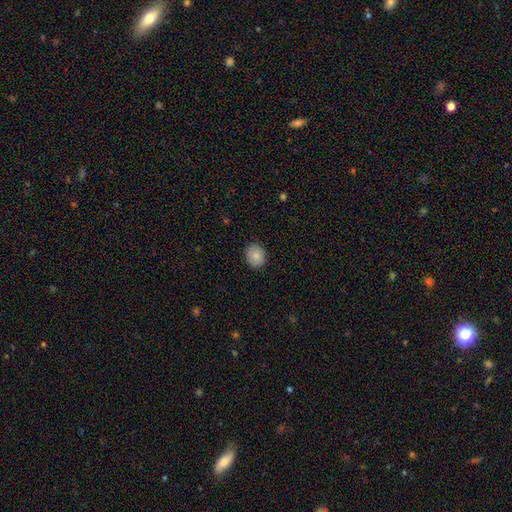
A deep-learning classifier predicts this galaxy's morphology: This is clearly a smooth galaxy (83%). How rounded: likely round (66%). Merging: clearly none (88%).